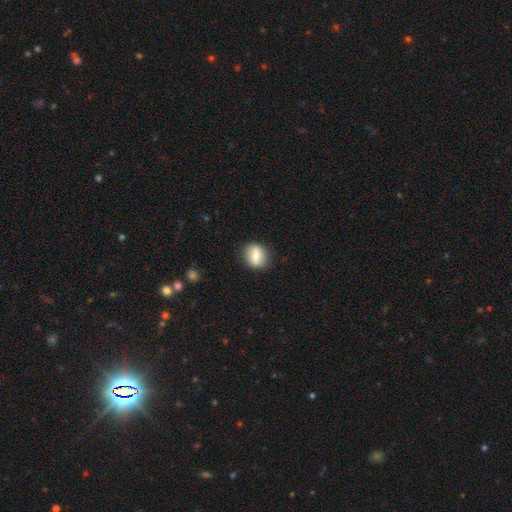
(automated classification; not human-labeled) Smooth or featured? smooth (69%)
How rounded? round (58%)
Merging? none (86%)